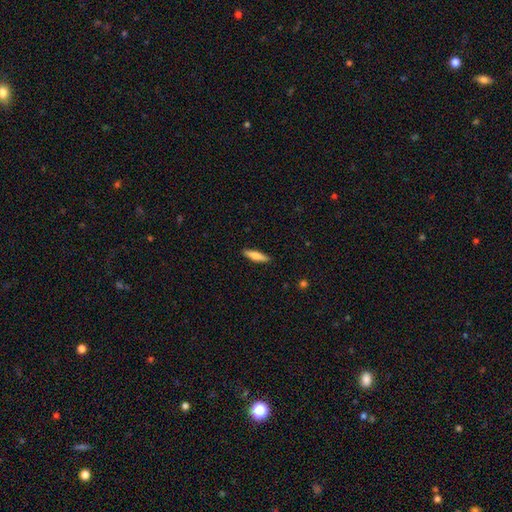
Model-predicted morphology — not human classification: smooth 74%, featured or disk 20%, star or artifact 6%. Down the decision tree: how rounded — cigar-shaped (72%); merging — none (90%).